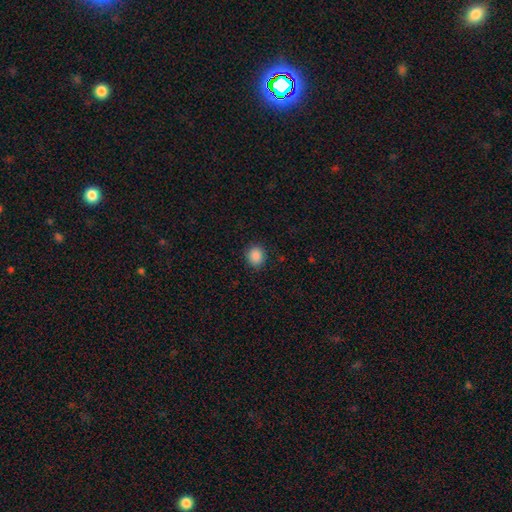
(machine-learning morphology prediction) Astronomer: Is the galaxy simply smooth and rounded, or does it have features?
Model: smooth — 88%.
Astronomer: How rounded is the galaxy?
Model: round — 71%.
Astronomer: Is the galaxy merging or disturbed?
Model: none — 89%.